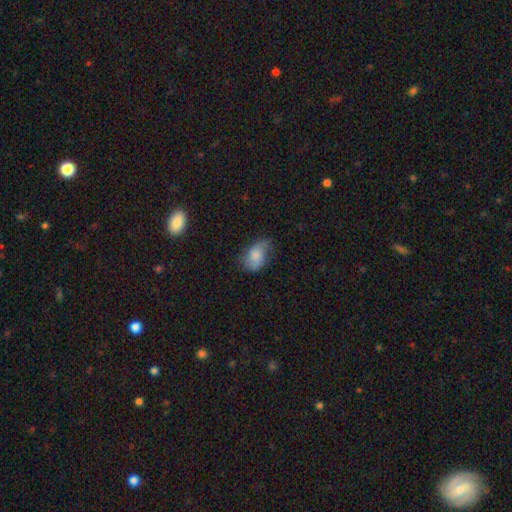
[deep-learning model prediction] Smooth or featured: smooth — 60% (featured or disk — 32%)
How rounded: in between — 86% (round — 12%)
Merging: none — 53% (minor disturbance — 32%)